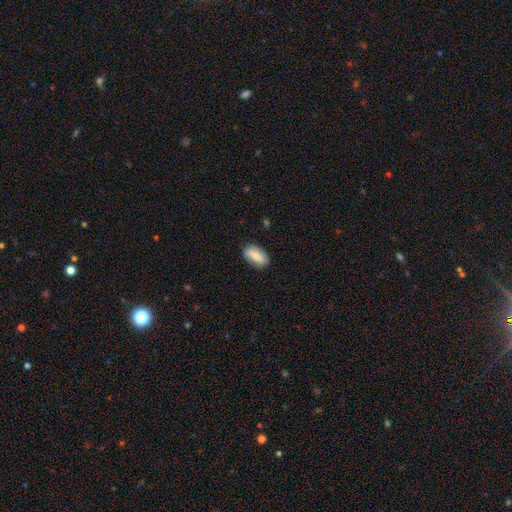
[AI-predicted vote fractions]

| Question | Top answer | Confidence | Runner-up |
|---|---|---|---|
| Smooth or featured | smooth | 73% | featured or disk (20%) |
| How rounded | in between | 91% | cigar-shaped (5%) |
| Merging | none | 82% | minor disturbance (14%) |